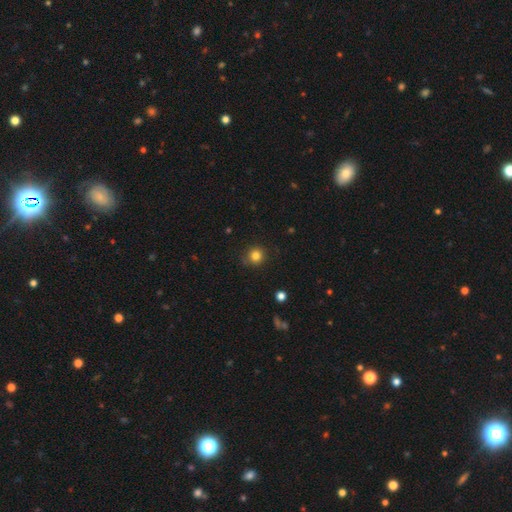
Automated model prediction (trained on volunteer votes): Morphology: type=smooth (82%); roundness=round (92%); merging=none (85%).